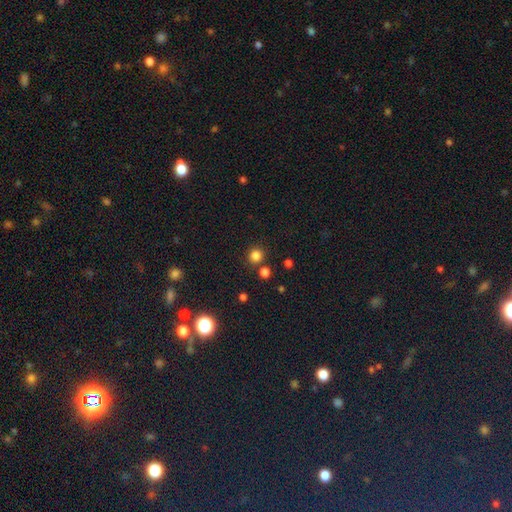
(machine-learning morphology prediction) A smooth galaxy with no disk features (80%) that is round (93%).

Vote fractions:
- Smooth or featured? smooth: 80% / star or artifact: 16% / featured or disk: 4%
- How rounded? round: 93% / in between: 7% / cigar-shaped: 1%
- Merging? none: 84% / merger: 7% / minor disturbance: 7% / major disturbance: 2%